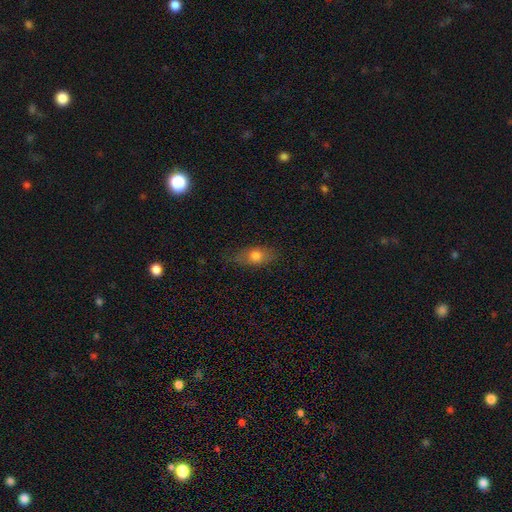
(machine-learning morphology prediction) A smooth galaxy with no disk features (71%) that is in between round and cigar-shaped (76%).

Vote fractions:
- Smooth or featured? smooth: 71% / featured or disk: 20% / star or artifact: 9%
- How rounded? in between: 76% / cigar-shaped: 13% / round: 10%
- Merging? none: 76% / minor disturbance: 18% / major disturbance: 5% / merger: 1%